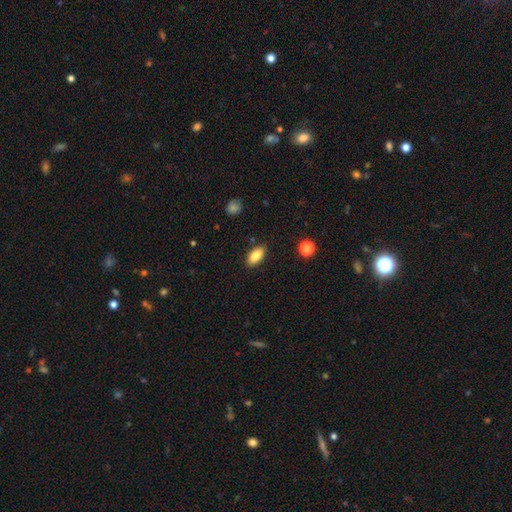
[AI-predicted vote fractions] Morphology: type=smooth (82%); roundness=in between (90%); merging=none (86%).